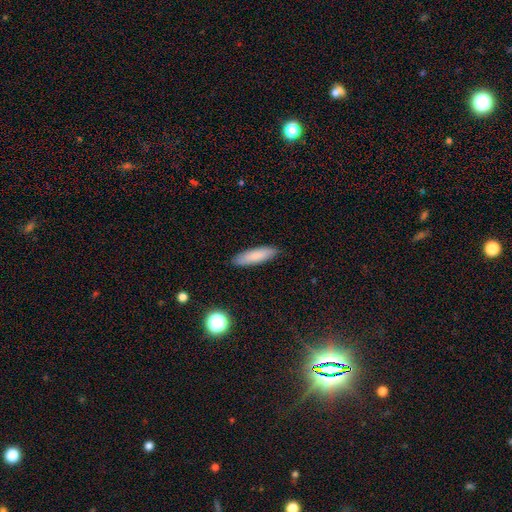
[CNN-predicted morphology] Smooth or featured?
  - smooth: 83% *
  - featured or disk: 10%
  - star or artifact: 7%
How rounded?
  - cigar-shaped: 67% *
  - in between: 31%
  - round: 2%
Merging?
  - none: 88% *
  - minor disturbance: 9%
  - major disturbance: 2%
  - merger: 1%